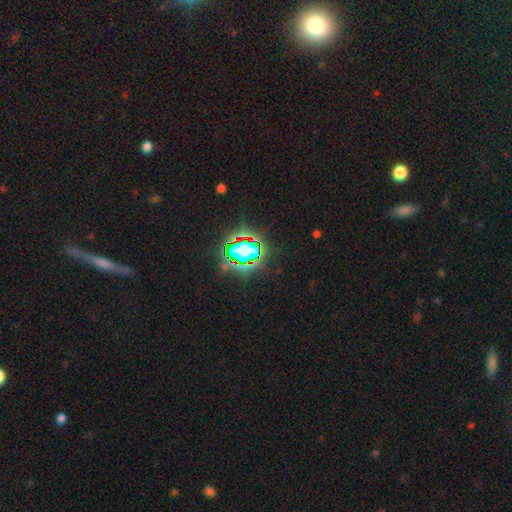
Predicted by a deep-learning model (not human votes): Morphology: type=star or artifact (74%).